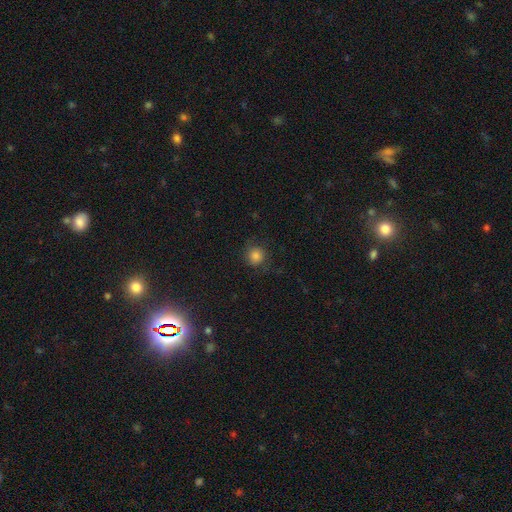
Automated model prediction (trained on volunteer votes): Smooth or featured? Predicted: smooth (p=0.79). How rounded? Predicted: round (p=0.90). Merging? Predicted: none (p=0.77).